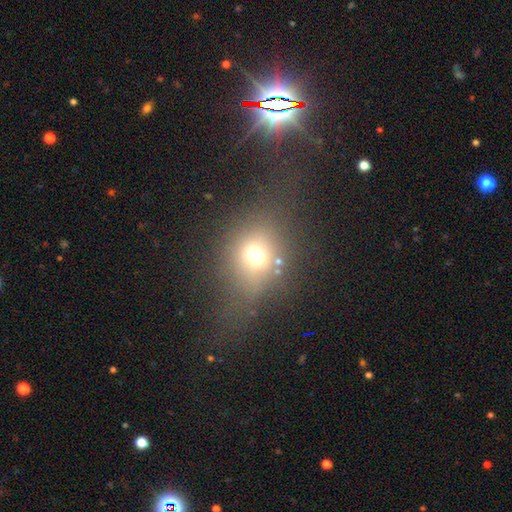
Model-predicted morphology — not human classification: Smooth or featured?
  - smooth: 63% *
  - star or artifact: 22%
  - featured or disk: 15%
How rounded?
  - round: 60% *
  - in between: 38%
  - cigar-shaped: 2%
Merging?
  - none: 65% *
  - minor disturbance: 16%
  - major disturbance: 14%
  - merger: 5%